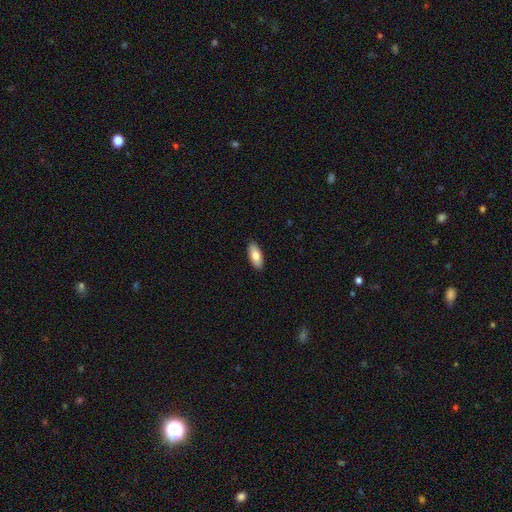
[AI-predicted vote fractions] Morphology: type=smooth (79%); roundness=in between (86%); merging=none (90%).